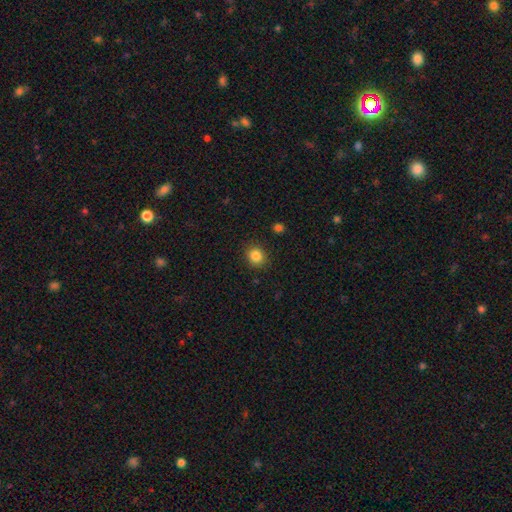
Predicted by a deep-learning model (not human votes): This appears to be a smooth galaxy with no disk features (84%) that is round (75%). Merging: none (88%).